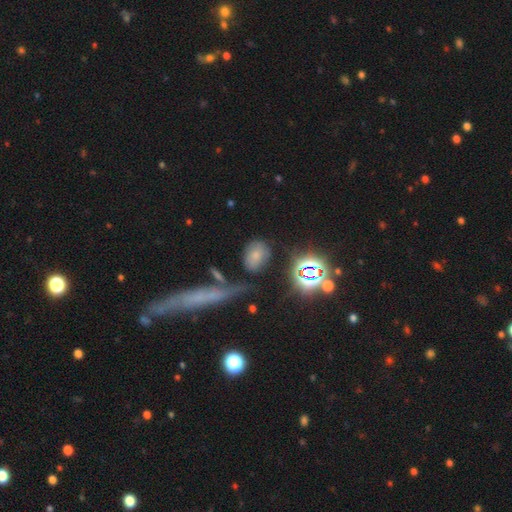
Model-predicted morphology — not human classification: type=smooth (62%); roundness=in between (76%); merging=none (66%).